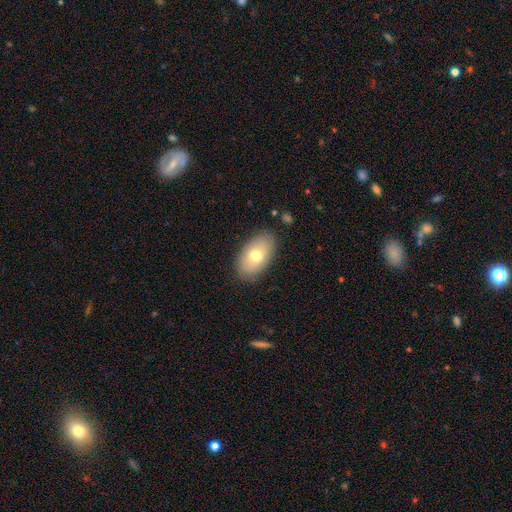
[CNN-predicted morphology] This is likely a smooth galaxy (69%). How rounded: clearly in between (93%). Merging: clearly none (84%).